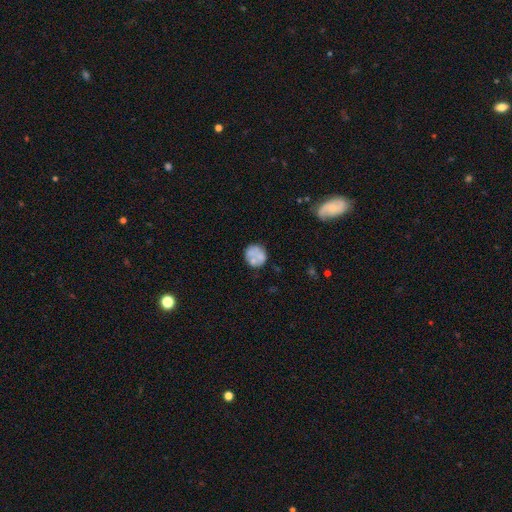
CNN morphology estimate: Smooth or featured: smooth — 62% (featured or disk — 30%)
How rounded: round — 83% (in between — 16%)
Merging: none — 57% (minor disturbance — 19%)